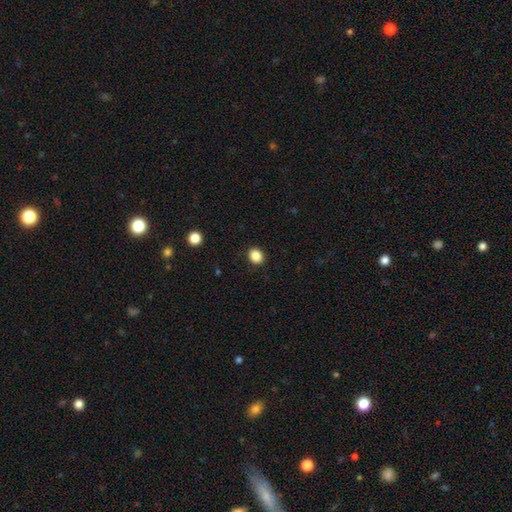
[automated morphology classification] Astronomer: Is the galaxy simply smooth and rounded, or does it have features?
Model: smooth — 87%.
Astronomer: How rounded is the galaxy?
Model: round — 62% (runner-up: in between, 37%).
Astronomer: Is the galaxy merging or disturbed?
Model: none — 90%.